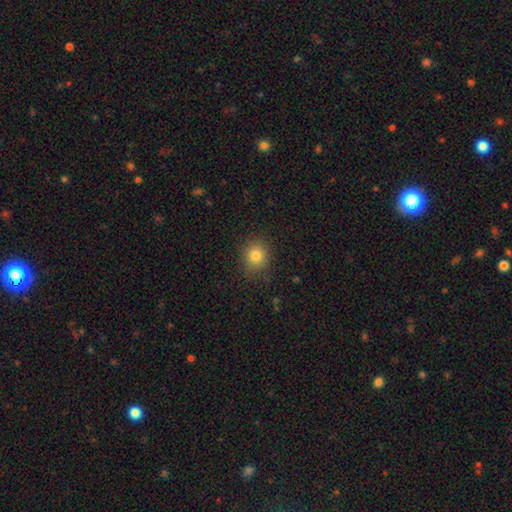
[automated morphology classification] Smooth or featured? Predicted: smooth (p=0.81). How rounded? Predicted: round (p=0.81). Merging? Predicted: none (p=0.85).